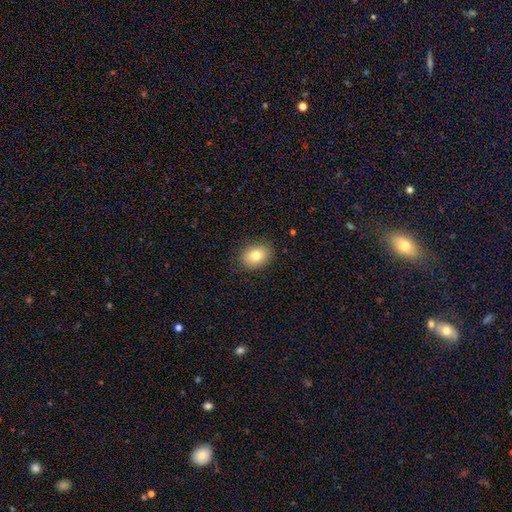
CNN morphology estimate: The model was most divided on "how rounded": in between: 67%, round: 32%, cigar-shaped: 1%. More confident: merging — none (87%); smooth or featured — smooth (78%).